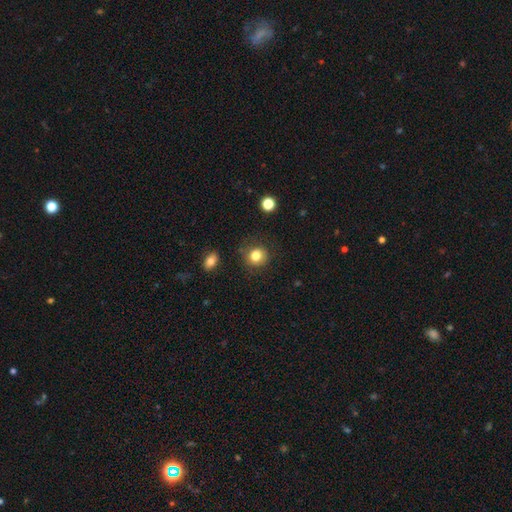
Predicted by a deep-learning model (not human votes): Smooth or featured? smooth (82%)
How rounded? round (87%)
Merging? none (83%)